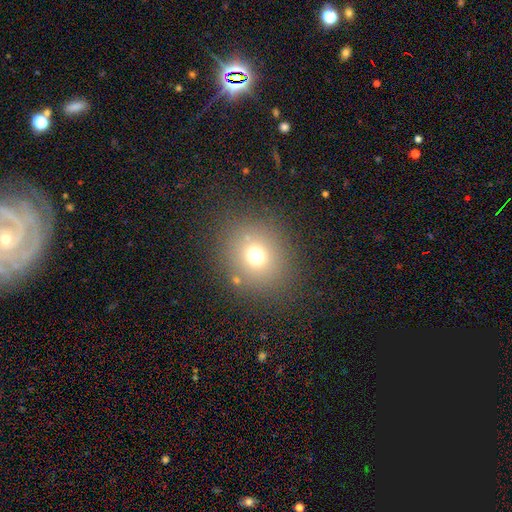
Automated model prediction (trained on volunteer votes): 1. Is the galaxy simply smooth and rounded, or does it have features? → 69% smooth, 20% star or artifact, 11% featured or disk.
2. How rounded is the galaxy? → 83% round, 16% in between, 1% cigar-shaped.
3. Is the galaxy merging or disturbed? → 84% none, 8% minor disturbance, 5% major disturbance, 3% merger.